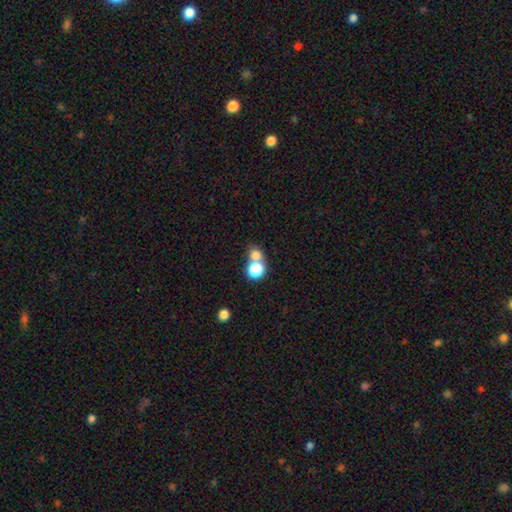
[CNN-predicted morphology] The model was most divided on "merging": merger: 50%, none: 40%, minor disturbance: 6%, major disturbance: 4%. More confident: smooth or featured — smooth (76%); how rounded — round (72%).